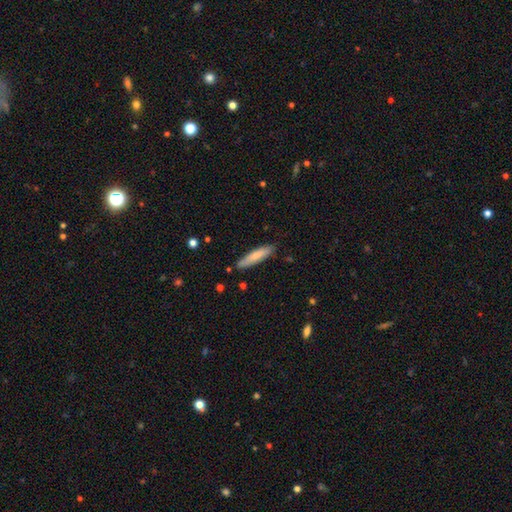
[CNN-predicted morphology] A smooth galaxy with no disk features (76%) that is cigar-shaped (84%). Merging: none (85%).